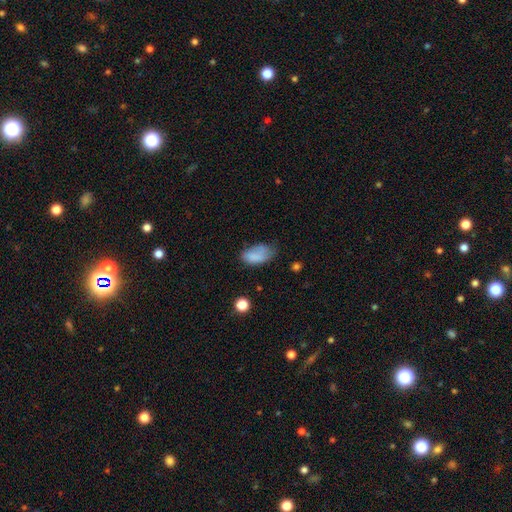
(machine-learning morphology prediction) Smooth or featured? Predicted: smooth (p=0.78). How rounded? Predicted: in between (p=0.93). Merging? Predicted: none (p=0.43).